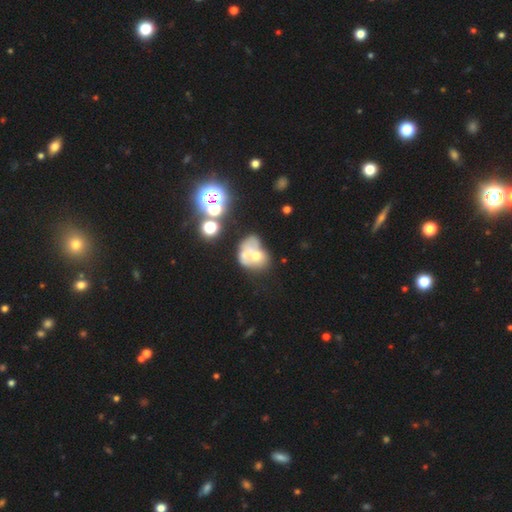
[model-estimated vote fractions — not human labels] Smooth or featured? Predicted: smooth (p=0.45). Merging? Predicted: merger (p=0.46).